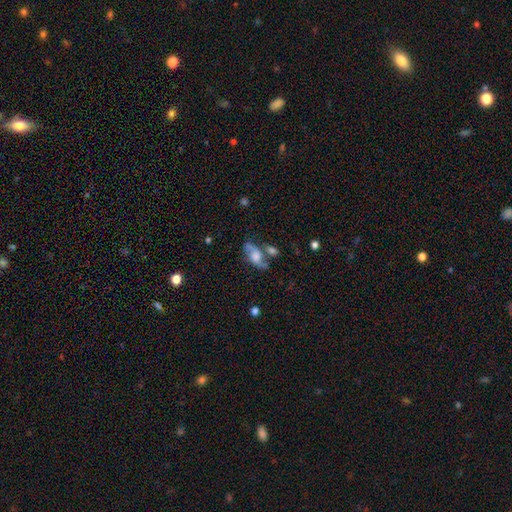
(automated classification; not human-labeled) The model was most divided on "bulge size": large: 33%, moderate: 32%, small: 16%, none: 14%, dominant: 4%. Remaining: edge-on disk — no (88%); spiral arms — yes (85%); bar — no (65%); smooth or featured — featured or disk (62%); merging — none (49%).